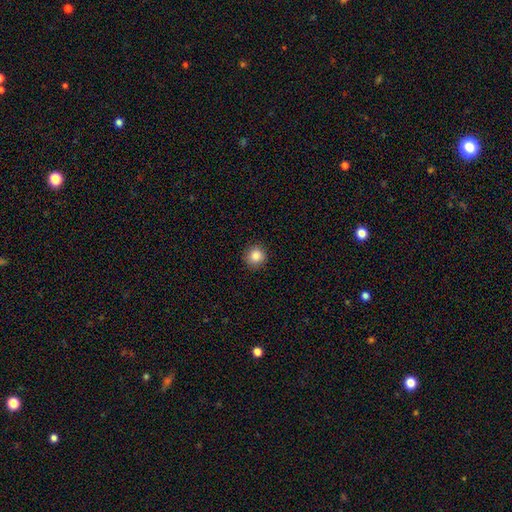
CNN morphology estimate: type=smooth (87%); roundness=round (94%); merging=none (91%).